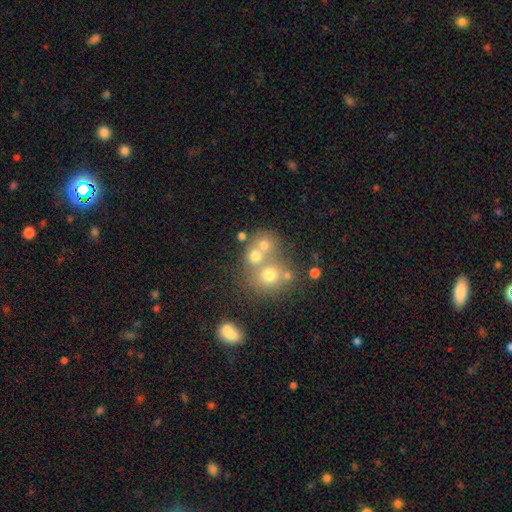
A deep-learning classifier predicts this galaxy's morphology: Smooth or featured: smooth — 64% (featured or disk — 19%)
How rounded: round — 77% (in between — 22%)
Merging: merger — 44% (tied with none — 44%)